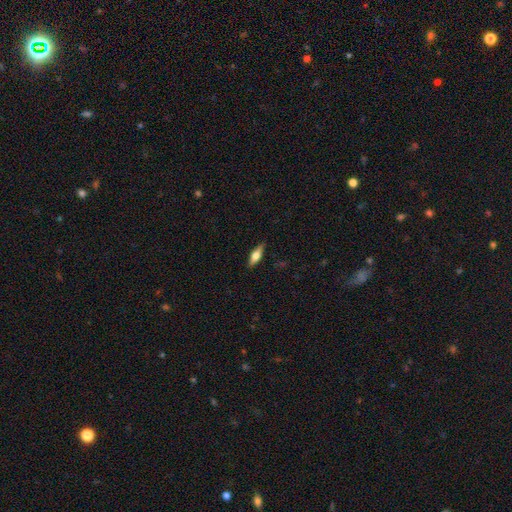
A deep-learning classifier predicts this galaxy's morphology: The model was most divided on "smooth or featured": smooth: 48%, featured or disk: 45%, star or artifact: 7%. More confident: merging — none (86%).